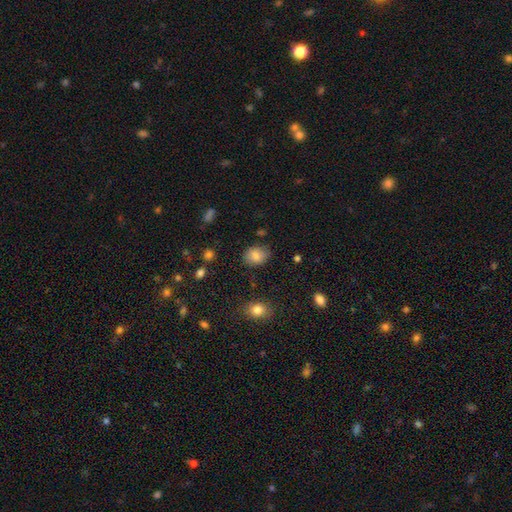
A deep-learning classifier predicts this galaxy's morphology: A smooth galaxy with no disk features (83%) that is in between round and cigar-shaped (66%).

Vote fractions:
- Smooth or featured? smooth: 83% / star or artifact: 9% / featured or disk: 8%
- How rounded? in between: 66% / round: 33% / cigar-shaped: 1%
- Merging? none: 82% / minor disturbance: 13% / major disturbance: 3% / merger: 2%